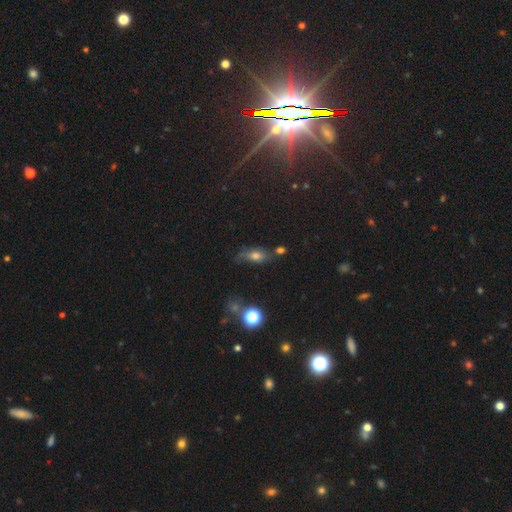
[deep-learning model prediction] A smooth galaxy with no disk features (63%) that is in between round and cigar-shaped (72%).

Vote fractions:
- Smooth or featured? smooth: 63% / featured or disk: 20% / star or artifact: 17%
- How rounded? in between: 72% / round: 15% / cigar-shaped: 13%
- Merging? none: 55% / minor disturbance: 25% / major disturbance: 11% / merger: 9%